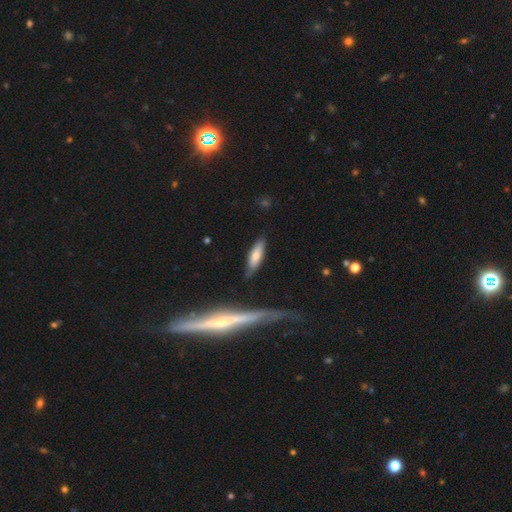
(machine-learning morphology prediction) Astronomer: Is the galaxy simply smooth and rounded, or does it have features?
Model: smooth — 67%.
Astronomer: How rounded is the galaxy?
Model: cigar-shaped — 58% (runner-up: in between, 40%).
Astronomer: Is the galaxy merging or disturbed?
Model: none — 76%.